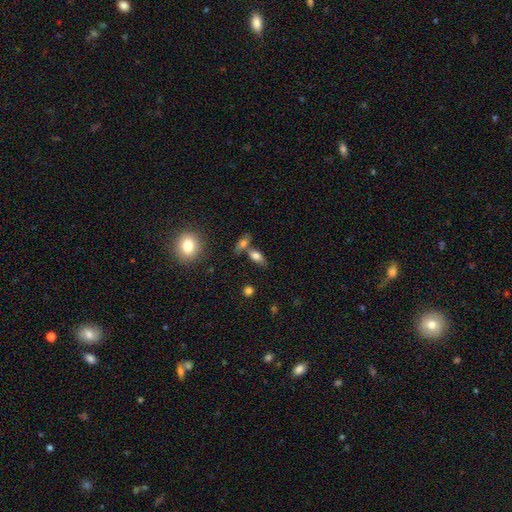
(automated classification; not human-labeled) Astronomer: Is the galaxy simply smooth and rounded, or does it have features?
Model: smooth — 76%.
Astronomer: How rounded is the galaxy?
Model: in between — 81%.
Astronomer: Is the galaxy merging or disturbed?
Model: none — 48% (runner-up: merger, 34%).